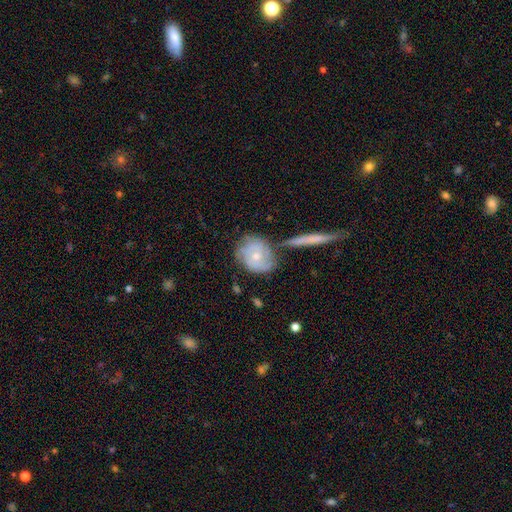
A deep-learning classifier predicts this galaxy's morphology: Smooth or featured? featured or disk (63%)
Edge-on disk? no (95%)
Bar? no (77%)
Spiral arms? yes (83%)
Spiral winding? tight (57%)
Spiral arm count? can't tell (41%)
Bulge size? small (53%)
Merging? none (57%)